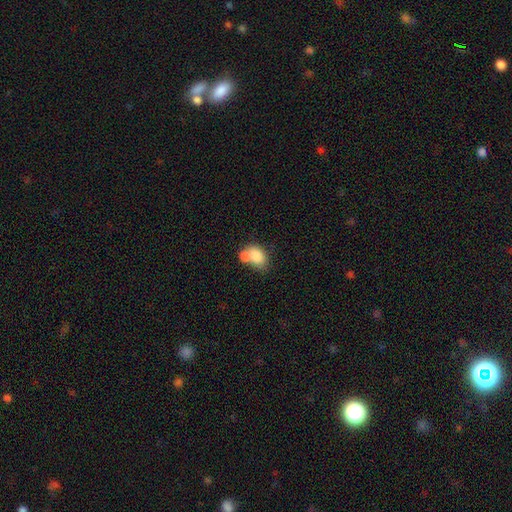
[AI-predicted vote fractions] Smooth or featured? smooth (78%)
How rounded? in between (75%)
Merging? merger (58%)